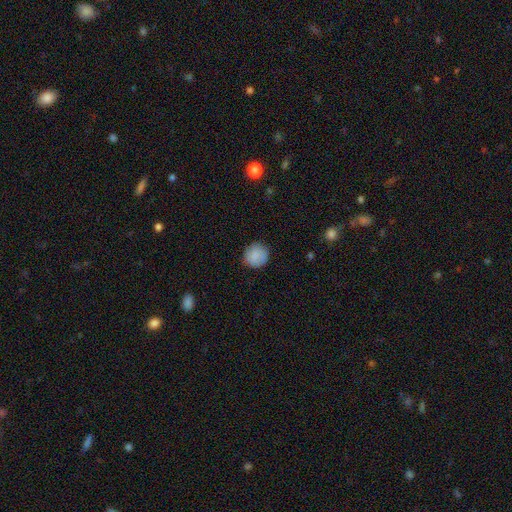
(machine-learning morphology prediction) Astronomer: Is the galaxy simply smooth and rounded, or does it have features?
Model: smooth — 86%.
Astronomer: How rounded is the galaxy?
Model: round — 91%.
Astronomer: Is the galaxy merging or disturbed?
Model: none — 86%.